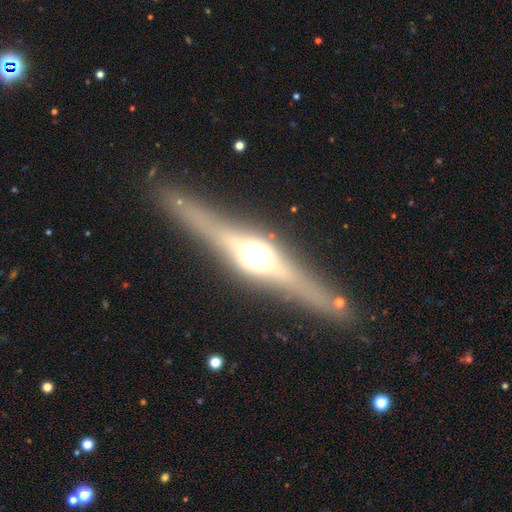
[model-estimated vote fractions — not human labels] Smooth or featured?
  - featured or disk: 77% *
  - smooth: 16%
  - star or artifact: 7%
Edge-on disk?
  - yes: 96% *
  - no: 4%
Edge-on bulge?
  - rounded: 92% *
  - boxy: 6%
  - none: 2%
Merging?
  - none: 88% *
  - minor disturbance: 8%
  - major disturbance: 2%
  - merger: 2%